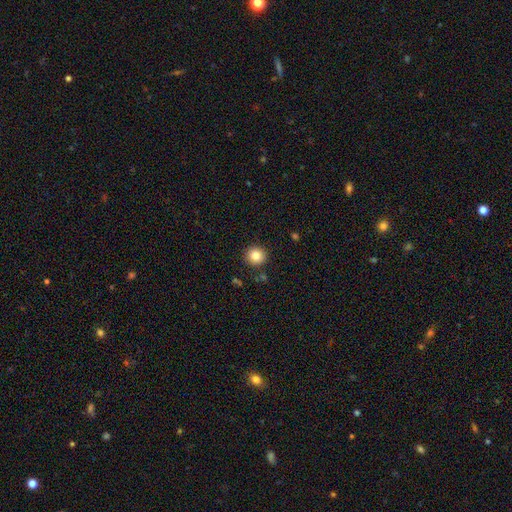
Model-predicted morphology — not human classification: A smooth galaxy with no disk features (83%) that is round (92%). Merging: none (91%).